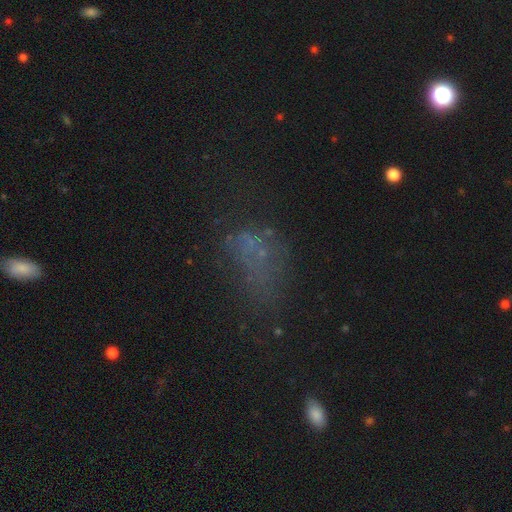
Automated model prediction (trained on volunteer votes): smooth_or_featured: smooth (p=0.39) [alt: star or artifact p=0.33]
merging: none (p=0.41) [alt: major disturbance p=0.32]